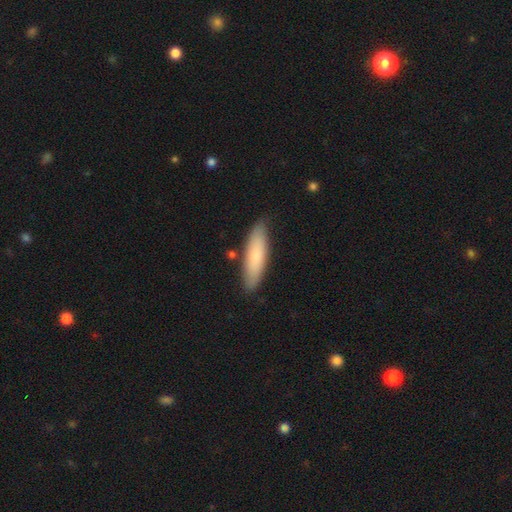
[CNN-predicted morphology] smooth 75%, featured or disk 19%, star or artifact 6%. Down the decision tree: how rounded — cigar-shaped (63%); merging — none (82%).